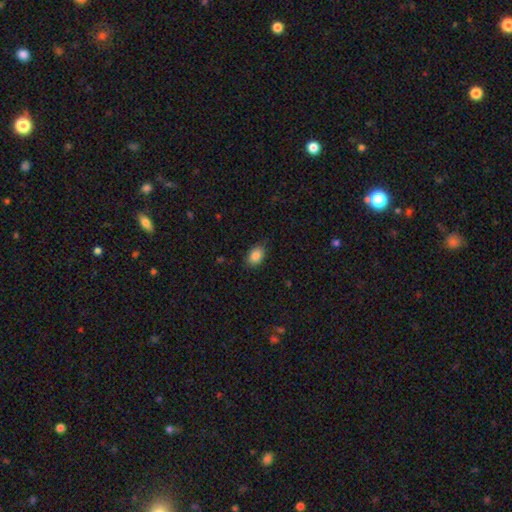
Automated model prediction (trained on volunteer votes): Smooth or featured? Predicted: smooth (p=0.87). How rounded? Predicted: in between (p=0.83). Merging? Predicted: none (p=0.82).